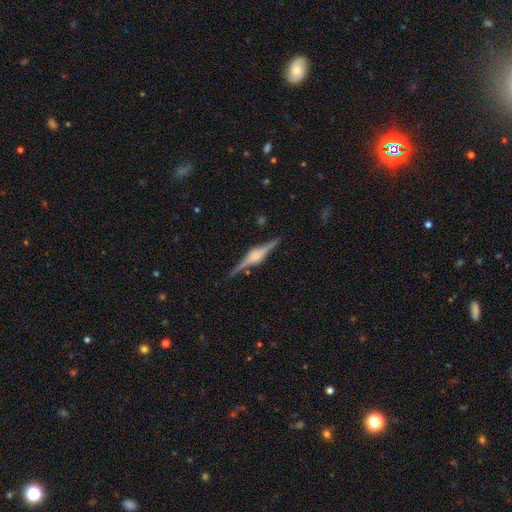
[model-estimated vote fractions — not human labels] This is clearly a featured or disk galaxy (85%). It is clearly viewed edge-on (98%). Edge-on bulge: likely rounded (77%). Merging: clearly none (88%).